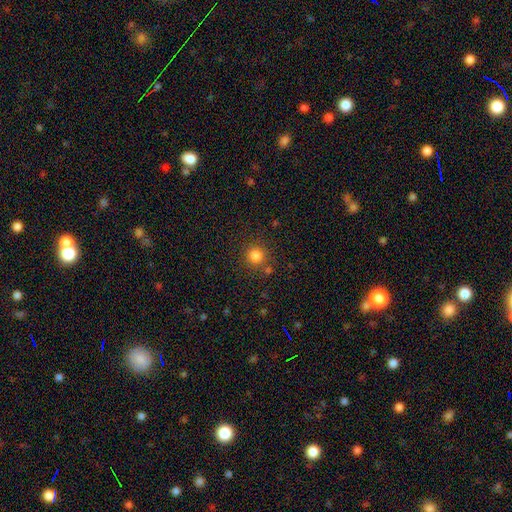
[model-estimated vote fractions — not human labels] This appears to be a smooth galaxy with no disk features (82%) that is round (94%). Merging: none (82%).